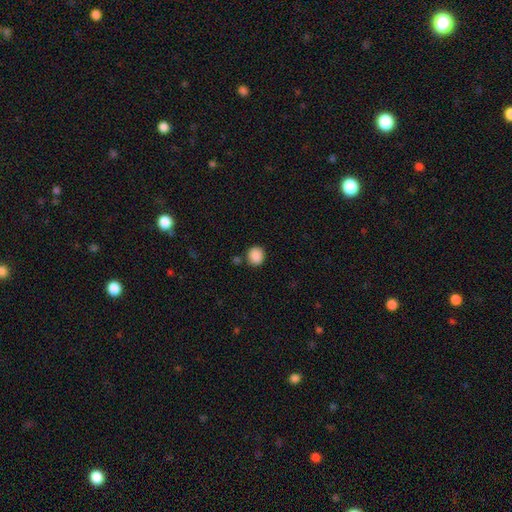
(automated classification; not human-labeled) smooth-or-featured: smooth: 89% | star or artifact: 8% | featured or disk: 3%
  how-rounded: round: 83% | in between: 16% | cigar-shaped: 1%
  merging: none: 81% | minor disturbance: 10% | merger: 6% | major disturbance: 3%